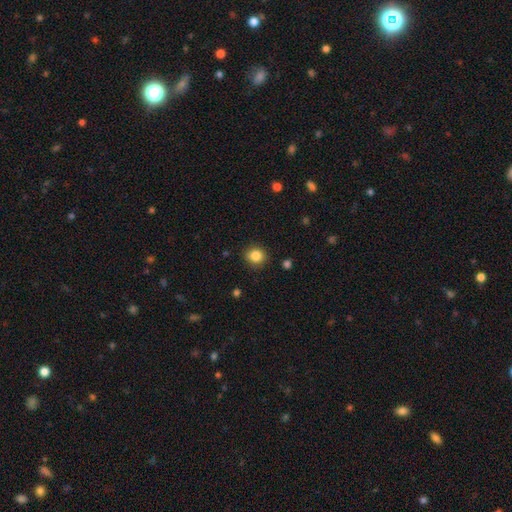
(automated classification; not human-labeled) This appears to be a smooth galaxy with no disk features (85%) that is round (84%). Merging: none (89%).